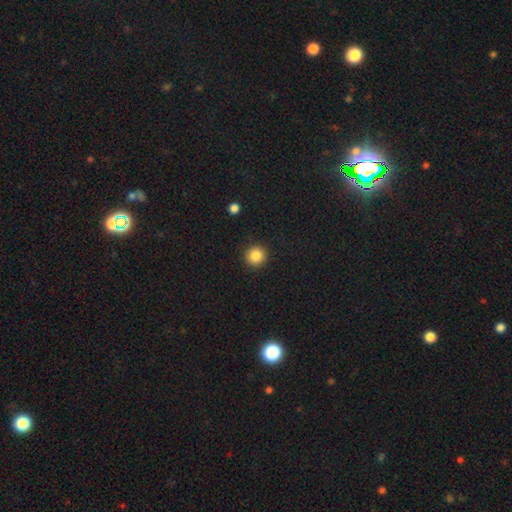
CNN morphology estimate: A smooth galaxy with no disk features (86%) that is round (94%).

Vote fractions:
- Smooth or featured? smooth: 86% / star or artifact: 10% / featured or disk: 4%
- How rounded? round: 94% / in between: 5% / cigar-shaped: 1%
- Merging? none: 91% / minor disturbance: 5% / major disturbance: 2% / merger: 1%